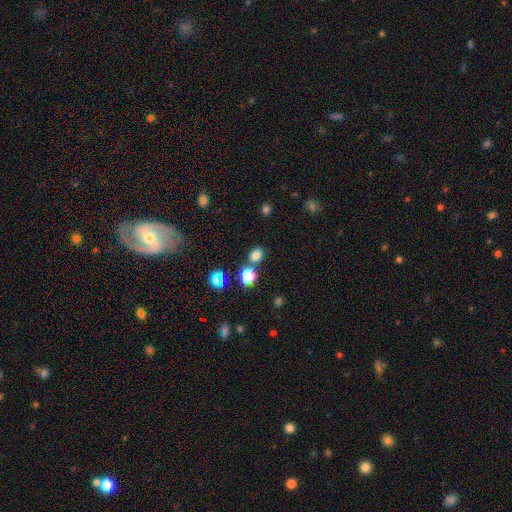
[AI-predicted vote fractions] smooth-or-featured: smooth: 75% | star or artifact: 19% | featured or disk: 6%
  how-rounded: round: 57% | in between: 42% | cigar-shaped: 1%
  merging: none: 74% | merger: 13% | minor disturbance: 9% | major disturbance: 3%